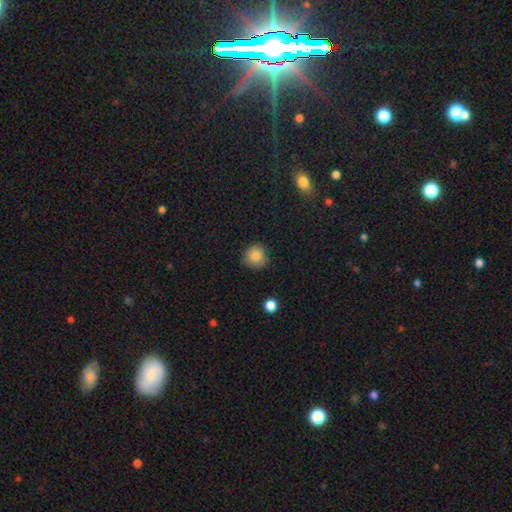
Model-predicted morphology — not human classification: smooth_or_featured: smooth (p=0.85) [alt: star or artifact p=0.10]
how_rounded: round (p=0.90) [alt: in between p=0.09]
merging: none (p=0.79) [alt: minor disturbance p=0.17]